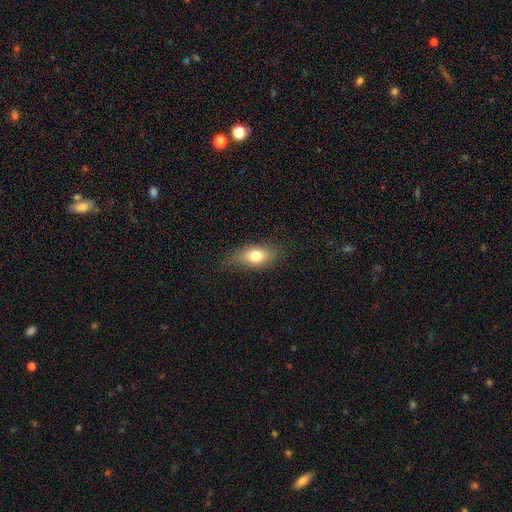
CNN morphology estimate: Q: Smooth or featured?
A: smooth (74%); runner-up: featured or disk (17%)
Q: How rounded?
A: in between (83%); runner-up: round (11%)
Q: Merging?
A: none (71%); runner-up: minor disturbance (22%)